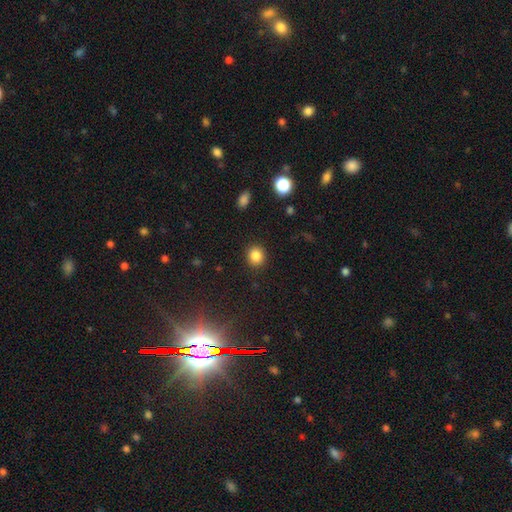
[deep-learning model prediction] A smooth galaxy with no disk features (85%) that is round (81%). Merging: none (90%).